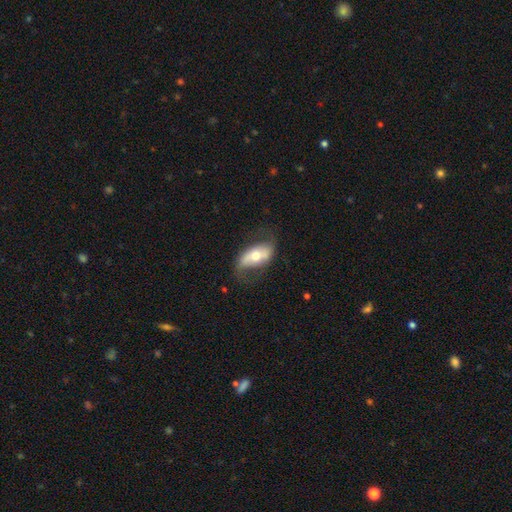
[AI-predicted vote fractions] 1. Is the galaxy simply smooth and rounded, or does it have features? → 55% featured or disk, 39% smooth, 6% star or artifact.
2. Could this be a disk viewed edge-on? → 85% no, 15% yes.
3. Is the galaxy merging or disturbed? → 64% none, 22% minor disturbance, 12% major disturbance, 2% merger.